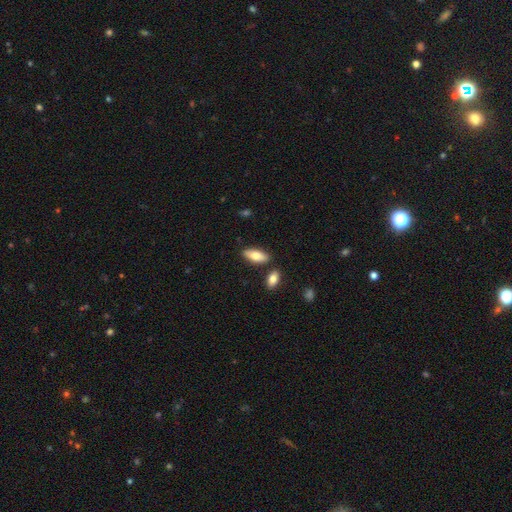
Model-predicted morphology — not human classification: This appears to be a smooth galaxy with no disk features (77%) that is in between round and cigar-shaped (80%). Merging: none (82%).